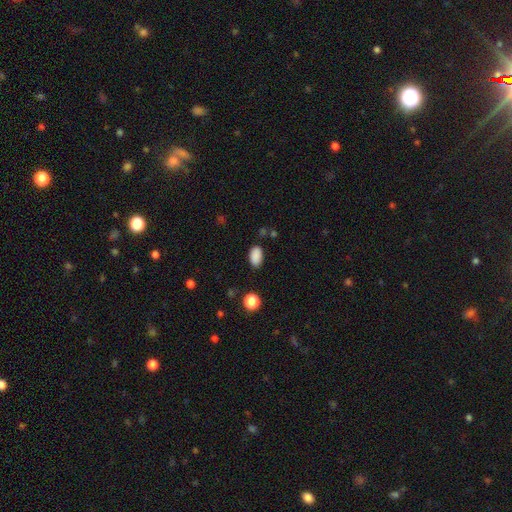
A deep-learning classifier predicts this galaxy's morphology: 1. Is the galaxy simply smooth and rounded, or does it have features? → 88% smooth, 9% star or artifact, 3% featured or disk.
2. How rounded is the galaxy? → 92% in between, 7% round, 2% cigar-shaped.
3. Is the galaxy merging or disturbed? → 83% none, 12% minor disturbance, 3% major disturbance, 2% merger.